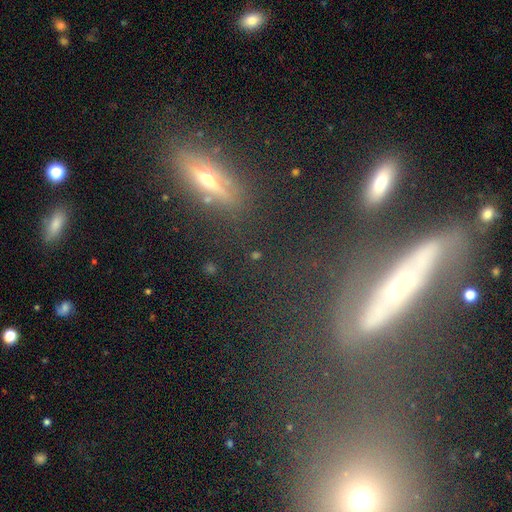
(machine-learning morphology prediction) A featured or disk galaxy (38%). Merging: none (71%).